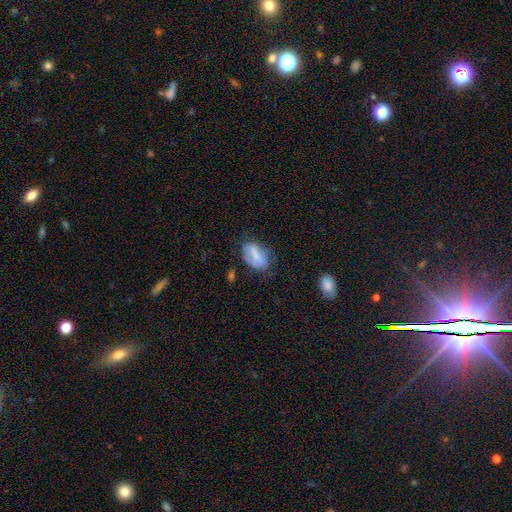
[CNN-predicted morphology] Q: Smooth or featured?
A: smooth (57%); runner-up: featured or disk (33%)
Q: How rounded?
A: in between (85%); runner-up: round (11%)
Q: Merging?
A: none (51%); runner-up: minor disturbance (31%)